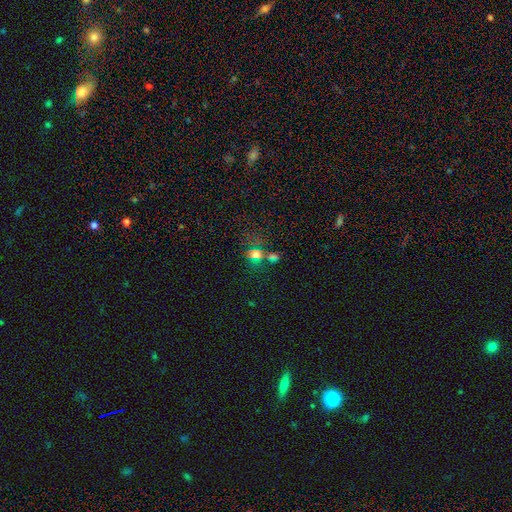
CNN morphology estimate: This is likely a smooth galaxy (61%). How rounded: possibly round (50%). Merging: marginally none (44%).